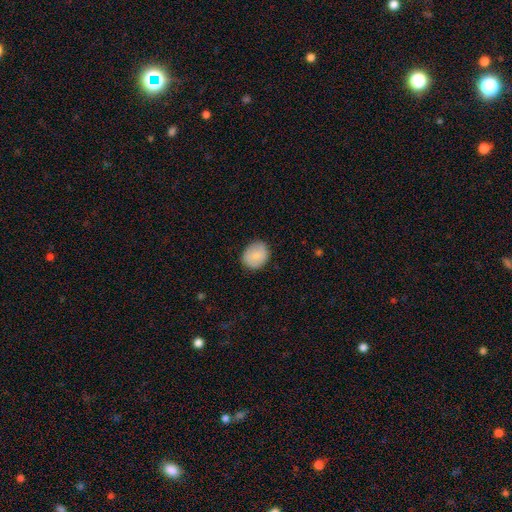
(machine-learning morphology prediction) Q: Smooth or featured?
A: smooth (80%); runner-up: featured or disk (13%)
Q: How rounded?
A: round (59%); runner-up: in between (40%)
Q: Merging?
A: none (83%); runner-up: minor disturbance (13%)